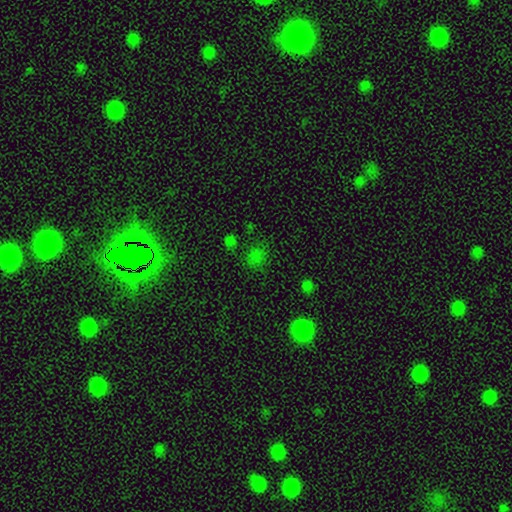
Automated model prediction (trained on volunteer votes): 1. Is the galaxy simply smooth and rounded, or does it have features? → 54% smooth, 40% star or artifact, 6% featured or disk.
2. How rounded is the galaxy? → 72% round, 26% in between, 2% cigar-shaped.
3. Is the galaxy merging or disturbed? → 75% none, 13% minor disturbance, 6% major disturbance, 6% merger.